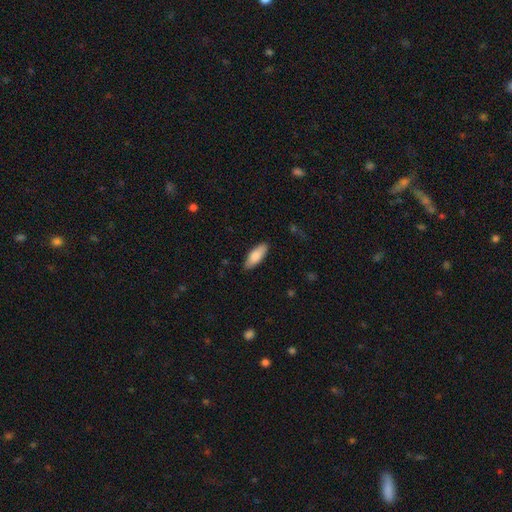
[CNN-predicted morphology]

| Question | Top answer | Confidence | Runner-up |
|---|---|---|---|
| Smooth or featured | smooth | 82% | featured or disk (13%) |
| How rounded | in between | 68% | cigar-shaped (30%) |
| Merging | none | 85% | minor disturbance (11%) |